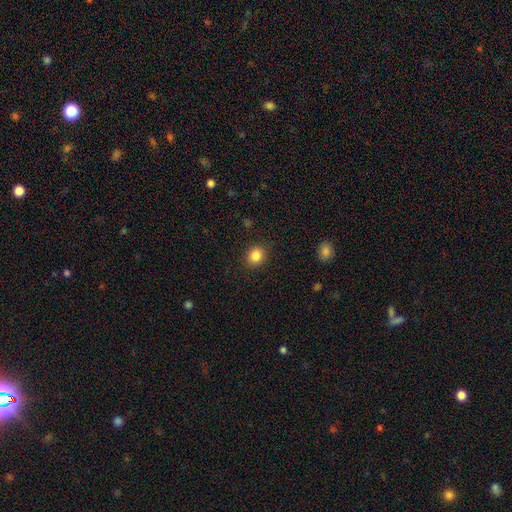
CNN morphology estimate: smooth 85%, star or artifact 10%, featured or disk 5%. Down the decision tree: how rounded — round (72%); merging — none (88%).